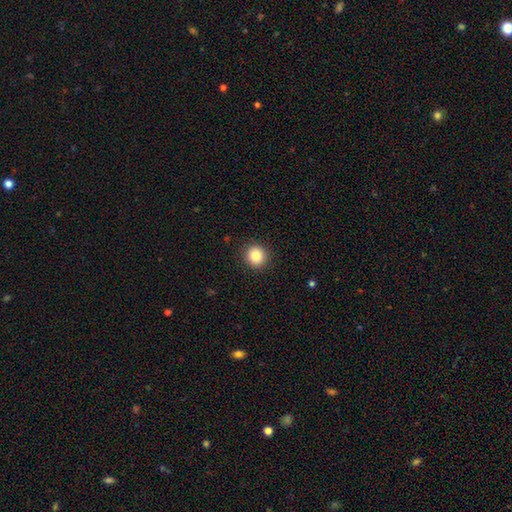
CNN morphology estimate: The model was most divided on "smooth or featured": smooth: 84%, star or artifact: 10%, featured or disk: 6%. More confident: merging — none (91%); how rounded — round (90%).